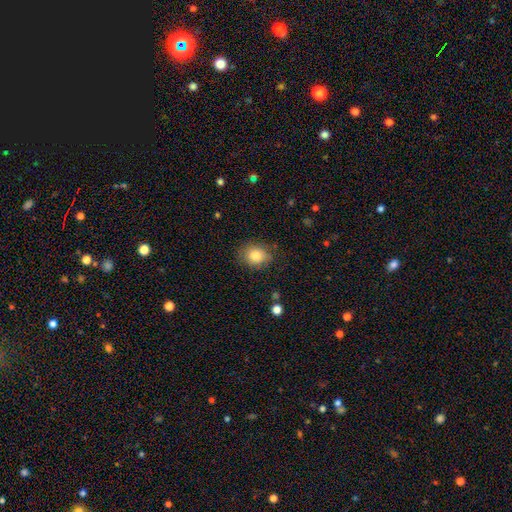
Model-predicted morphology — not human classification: smooth 82%, featured or disk 9%, star or artifact 9%. Down the decision tree: how rounded — round (60%); merging — none (76%).